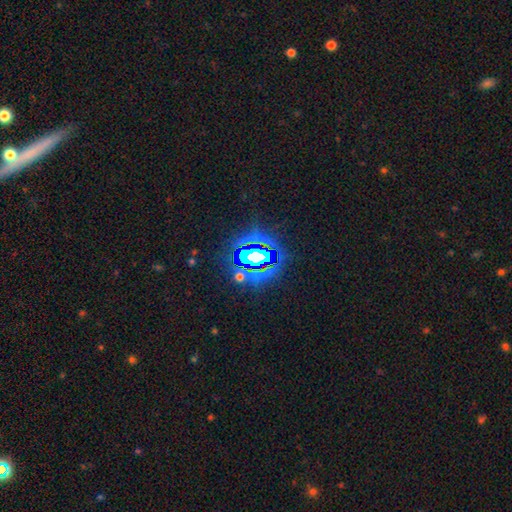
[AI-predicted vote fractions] The model was most divided on "smooth or featured": star or artifact: 70%, featured or disk: 16%, smooth: 15%.